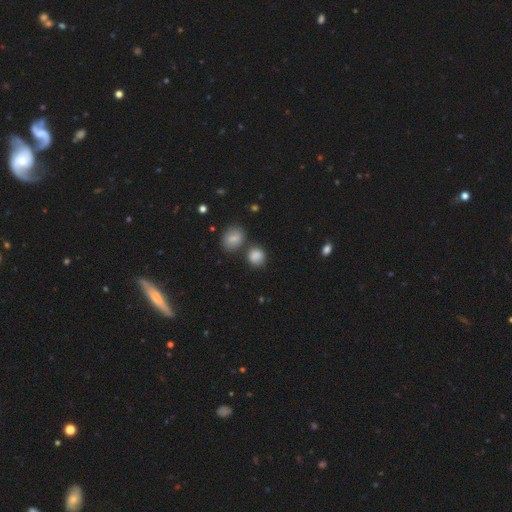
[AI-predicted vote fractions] Overall: smooth (84%). How rounded: round (77%). Merging: none (66%).